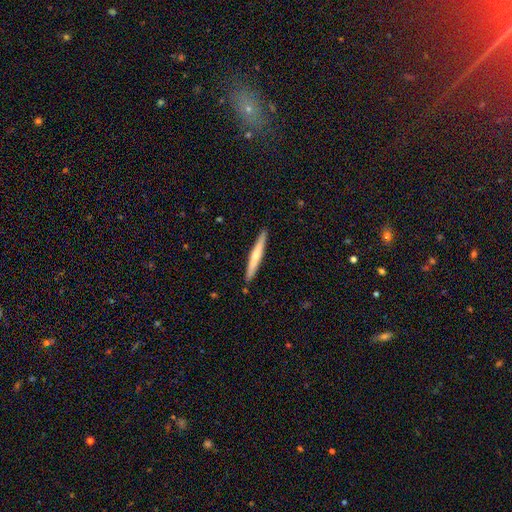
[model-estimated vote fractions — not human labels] Smooth or featured: smooth — 52% (featured or disk — 43%)
How rounded: cigar-shaped — 96% (in between — 3%)
Merging: none — 90% (minor disturbance — 7%)